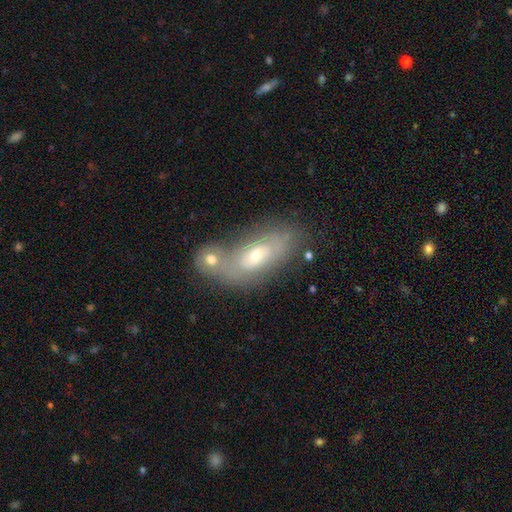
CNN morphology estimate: This is possibly a smooth galaxy (49%). Merging: marginally merger (41%).